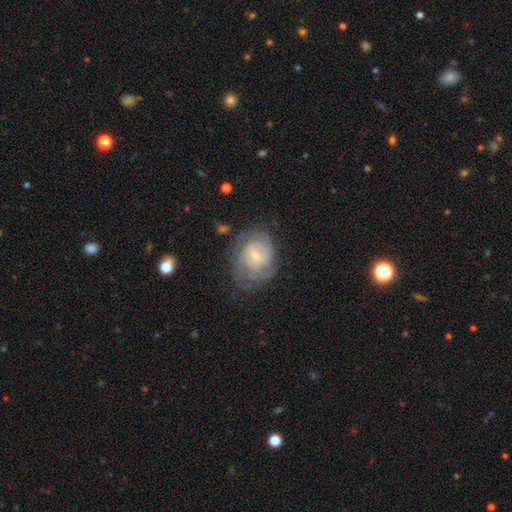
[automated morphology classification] Smooth or featured: featured or disk — 68% (smooth — 25%)
Edge-on disk: no — 97% (yes — 3%)
Bar: weak — 49% (no — 43%)
Spiral arms: yes — 86% (no — 14%)
Spiral winding: tight — 58% (medium — 32%)
Spiral arm count: can't tell — 43% (2 — 32%)
Bulge size: small — 67% (moderate — 25%)
Merging: none — 60% (minor disturbance — 24%)